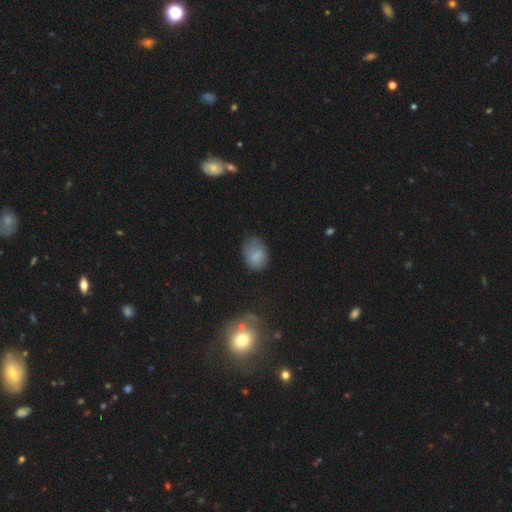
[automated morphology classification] type=smooth (82%); roundness=in between (71%); merging=none (61%).